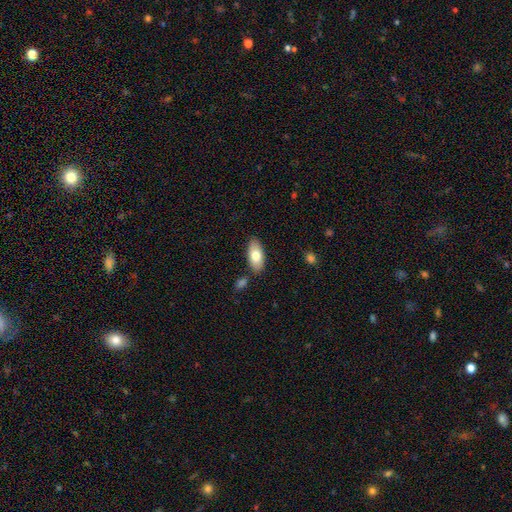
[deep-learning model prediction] A smooth galaxy with no disk features (76%) that is in between round and cigar-shaped (91%).

Vote fractions:
- Smooth or featured? smooth: 76% / featured or disk: 18% / star or artifact: 6%
- How rounded? in between: 91% / cigar-shaped: 7% / round: 3%
- Merging? none: 84% / minor disturbance: 10% / merger: 4% / major disturbance: 2%